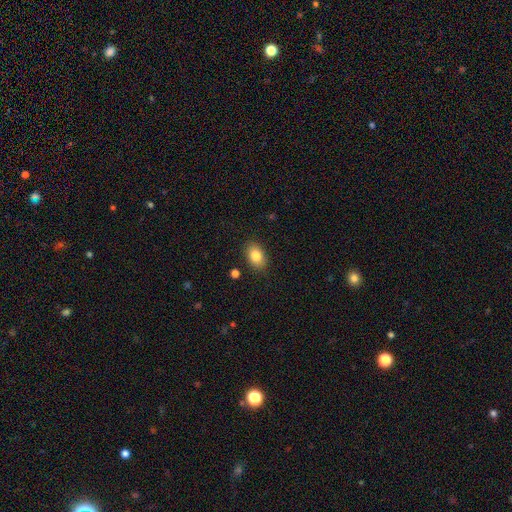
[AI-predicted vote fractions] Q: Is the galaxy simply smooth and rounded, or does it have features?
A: smooth — 84%.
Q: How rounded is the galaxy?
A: in between — 83%.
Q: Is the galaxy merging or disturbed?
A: none — 86%.